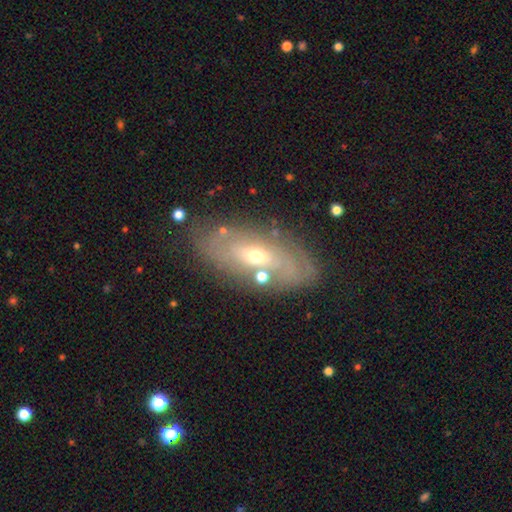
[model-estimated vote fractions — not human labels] featured or disk 66%, smooth 26%, star or artifact 8%. Down the decision tree: edge-on disk — no (84%); bar — no (73%); spiral arms — yes (51%); bulge size — moderate (50%); merging — none (75%).